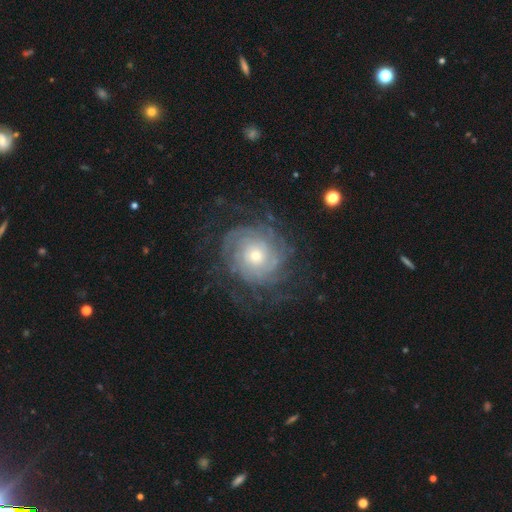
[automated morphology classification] Smooth or featured? Predicted: featured or disk (p=0.84). Edge-on disk? Predicted: no (p=0.97). Bar? Predicted: no (p=0.80). Spiral arms? Predicted: yes (p=0.95). Spiral winding? Predicted: tight (p=0.76). Spiral arm count? Predicted: can't tell (p=0.39). Bulge size? Predicted: small (p=0.52). Merging? Predicted: none (p=0.73).